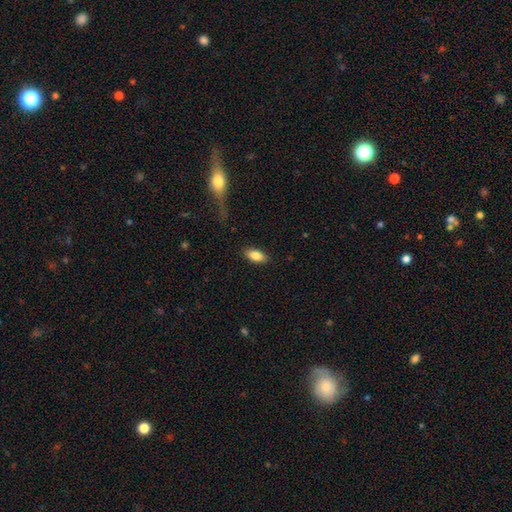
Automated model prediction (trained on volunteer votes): Q: Smooth or featured?
A: smooth (85%); runner-up: featured or disk (8%)
Q: How rounded?
A: in between (90%); runner-up: cigar-shaped (7%)
Q: Merging?
A: none (86%); runner-up: minor disturbance (10%)